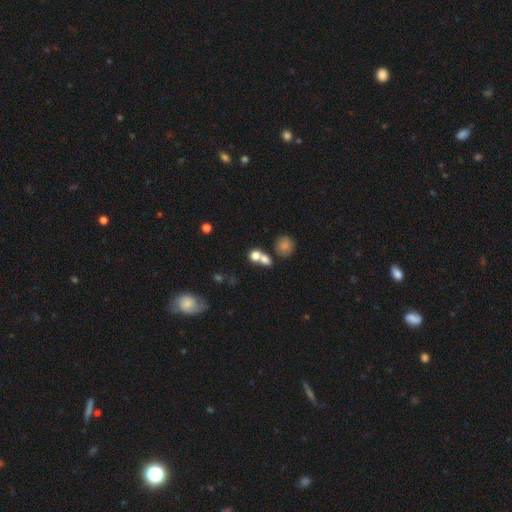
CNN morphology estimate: Q: Smooth or featured?
A: smooth (75%); runner-up: star or artifact (13%)
Q: How rounded?
A: round (72%); runner-up: in between (26%)
Q: Merging?
A: merger (54%); runner-up: none (34%)